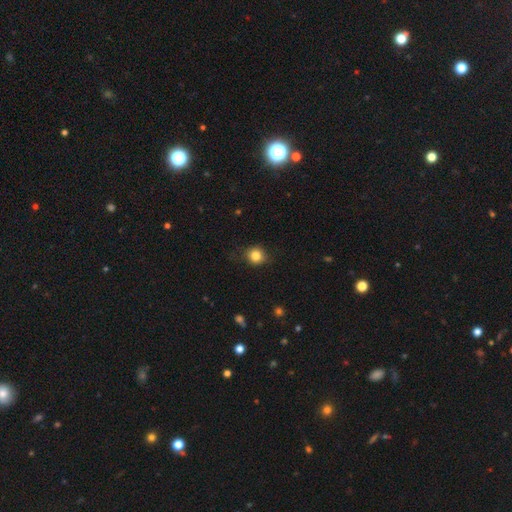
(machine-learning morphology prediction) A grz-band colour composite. It shows a smooth galaxy with no disk features (83%) that is round (83%). Merging: none (79%).